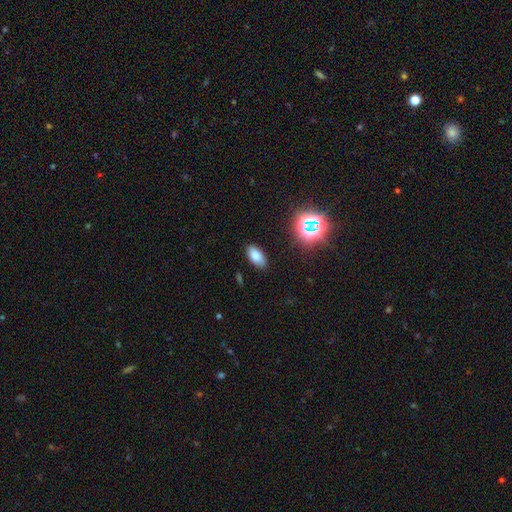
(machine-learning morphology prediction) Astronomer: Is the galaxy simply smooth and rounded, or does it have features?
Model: smooth — 78%.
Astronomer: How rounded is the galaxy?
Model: in between — 92%.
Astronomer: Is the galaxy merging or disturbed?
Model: none — 87%.